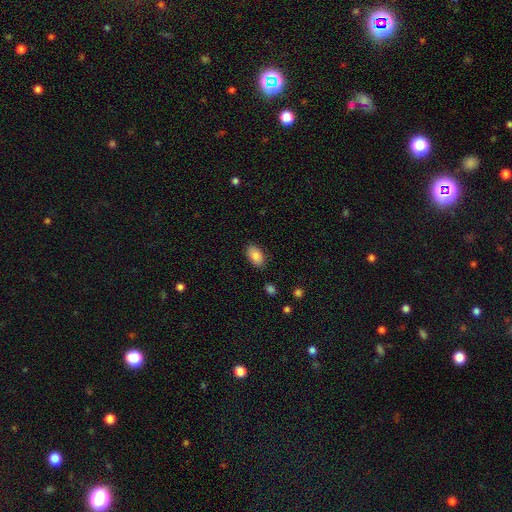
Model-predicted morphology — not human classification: smooth-or-featured: smooth: 85% | featured or disk: 8% | star or artifact: 7%
  how-rounded: in between: 93% | round: 5% | cigar-shaped: 2%
  merging: none: 85% | minor disturbance: 11% | major disturbance: 3% | merger: 1%